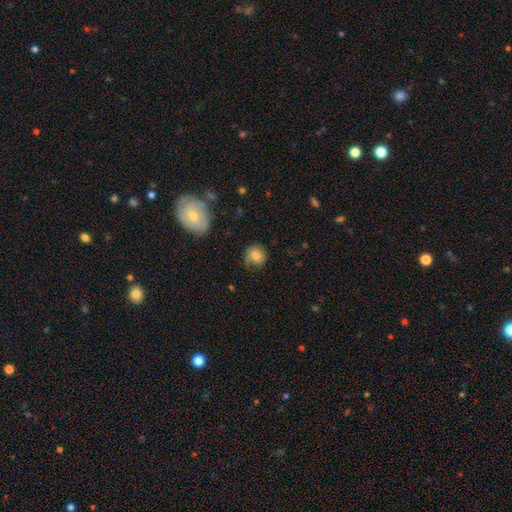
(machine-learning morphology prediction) smooth-or-featured: smooth: 71% | featured or disk: 20% | star or artifact: 9%
  how-rounded: round: 82% | in between: 17% | cigar-shaped: 1%
  merging: none: 60% | minor disturbance: 26% | major disturbance: 12% | merger: 2%